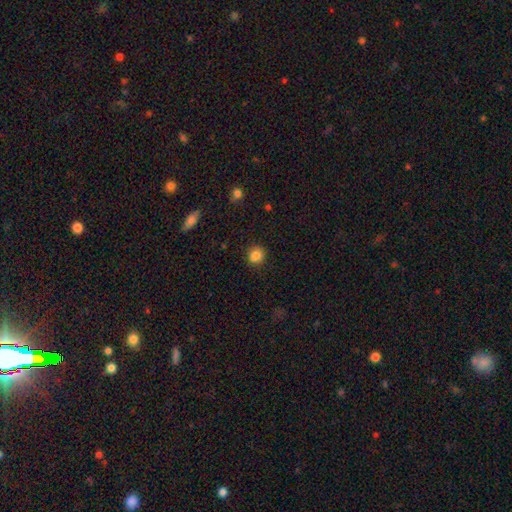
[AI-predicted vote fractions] Smooth or featured: smooth — 84% (star or artifact — 11%)
How rounded: round — 77% (in between — 22%)
Merging: none — 84% (minor disturbance — 11%)